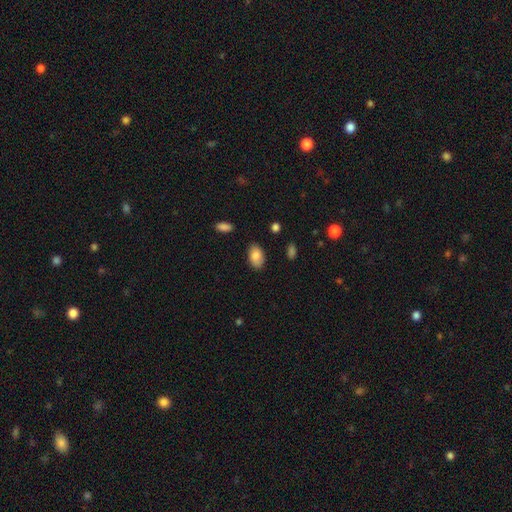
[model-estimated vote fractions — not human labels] smooth 84%, featured or disk 9%, star or artifact 7%. Down the decision tree: how rounded — in between (93%); merging — none (84%).